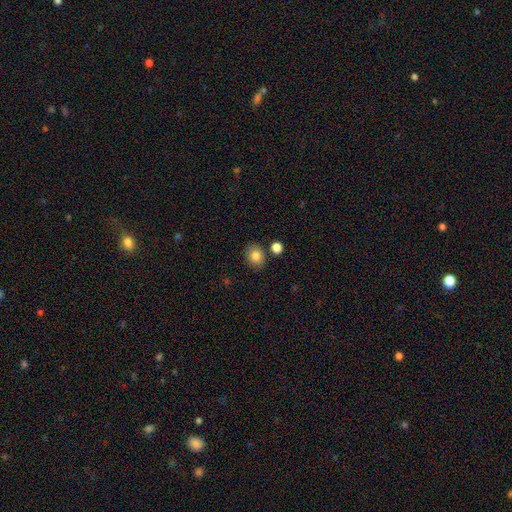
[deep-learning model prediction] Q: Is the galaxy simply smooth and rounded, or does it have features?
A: smooth — 82%.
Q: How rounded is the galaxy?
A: round — 56%.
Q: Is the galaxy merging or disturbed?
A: none — 82%.